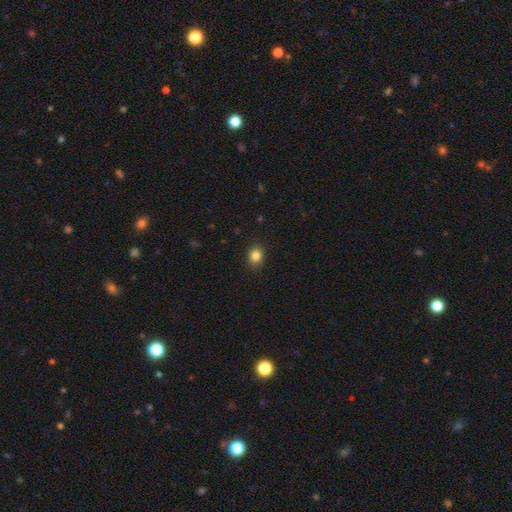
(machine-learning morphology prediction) Overall: smooth (85%). How rounded: round (59%; in between 40%). Merging: none (89%).